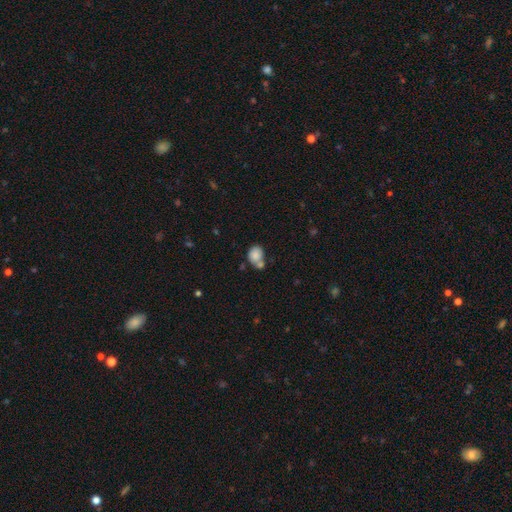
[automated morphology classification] type=smooth (83%); roundness=round (50%); merging=none (41%).